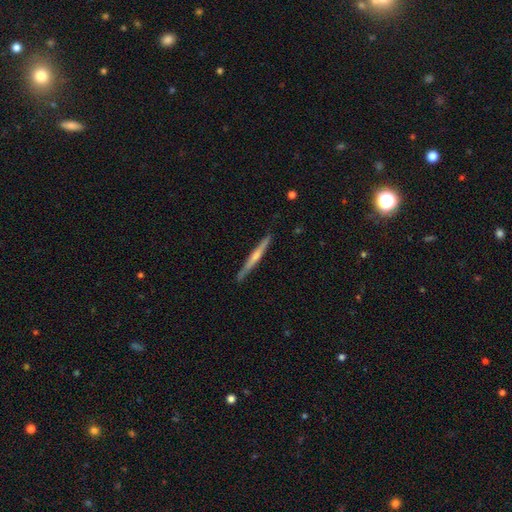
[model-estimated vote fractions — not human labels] Q: Smooth or featured?
A: featured or disk (65%); runner-up: smooth (29%)
Q: Edge-on disk?
A: yes (98%); runner-up: no (2%)
Q: Edge-on bulge?
A: rounded (64%); runner-up: none (28%)
Q: Merging?
A: none (89%); runner-up: minor disturbance (8%)